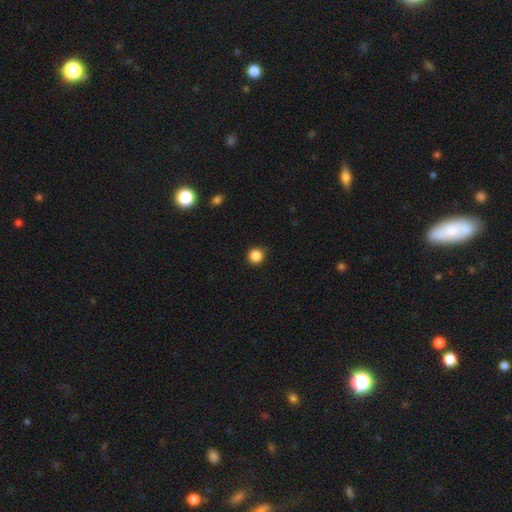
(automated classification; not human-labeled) The model was most divided on "smooth or featured": smooth: 86%, star or artifact: 11%, featured or disk: 3%. More confident: how rounded — round (95%); merging — none (88%).